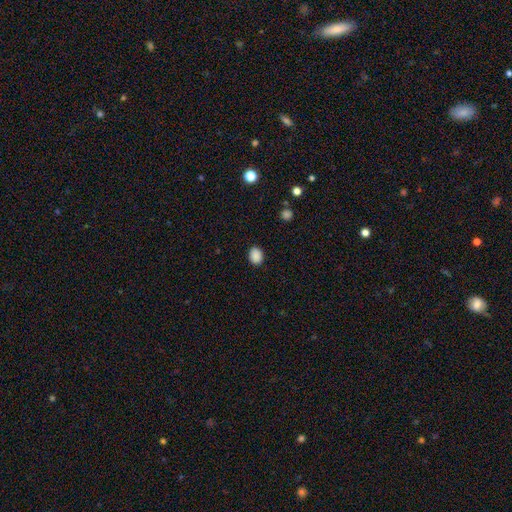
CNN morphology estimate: This is clearly a smooth galaxy (88%). How rounded: likely in between (62%). Merging: clearly none (89%).